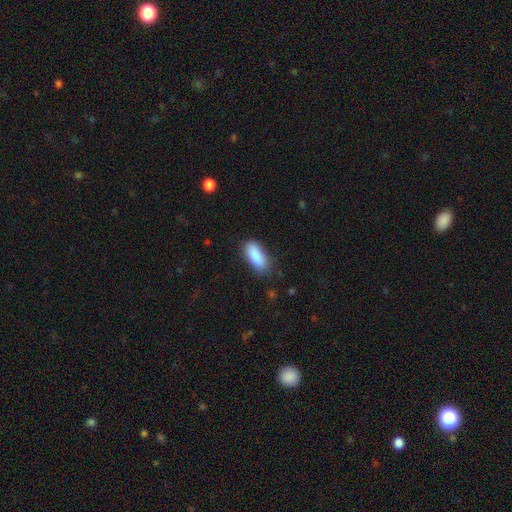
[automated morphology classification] This appears to be a smooth galaxy with no disk features (88%) that is in between round and cigar-shaped (77%). Merging: none (80%).